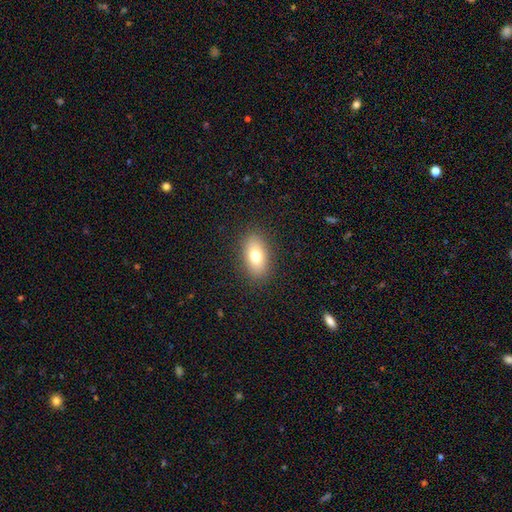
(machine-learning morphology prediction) smooth-or-featured: smooth: 74% | featured or disk: 17% | star or artifact: 10%
  how-rounded: in between: 87% | round: 9% | cigar-shaped: 4%
  merging: none: 88% | minor disturbance: 9% | major disturbance: 3% | merger: 1%